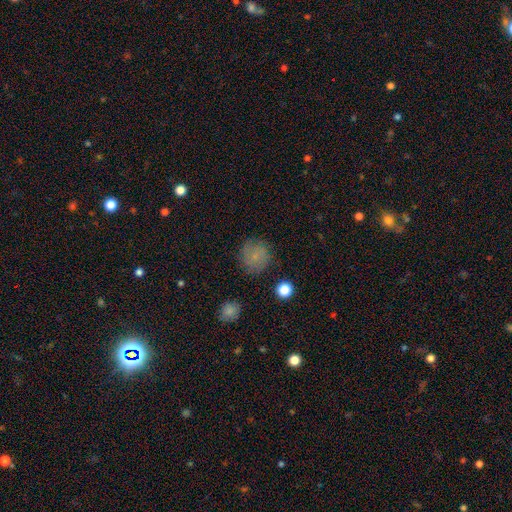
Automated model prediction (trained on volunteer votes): The model was most divided on "smooth or featured": smooth: 67%, featured or disk: 21%, star or artifact: 12%. More confident: how rounded — round (88%); merging — none (82%).